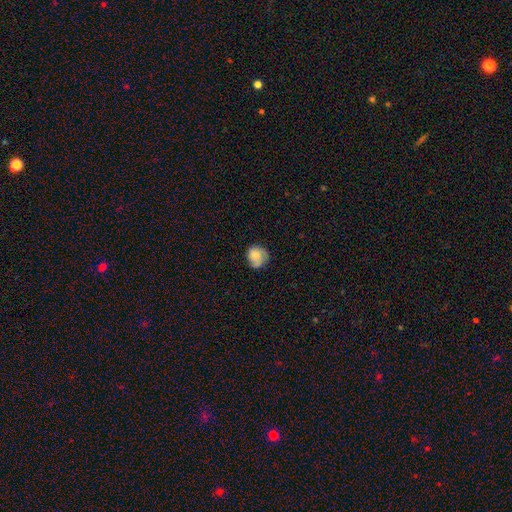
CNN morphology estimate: Smooth or featured? smooth (58%)
How rounded? round (75%)
Merging? none (58%)